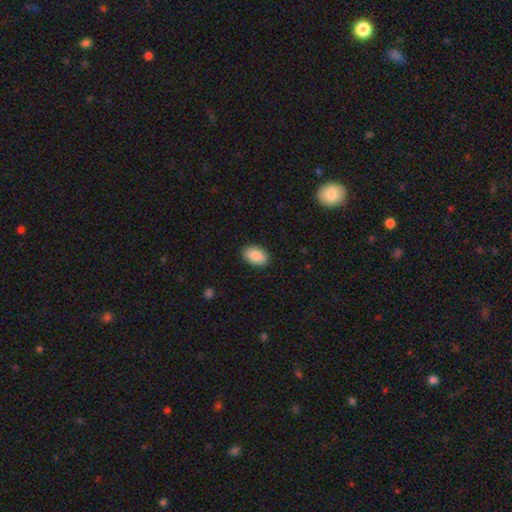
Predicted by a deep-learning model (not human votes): Overall: smooth (89%). How rounded: in between (89%). Merging: none (89%).